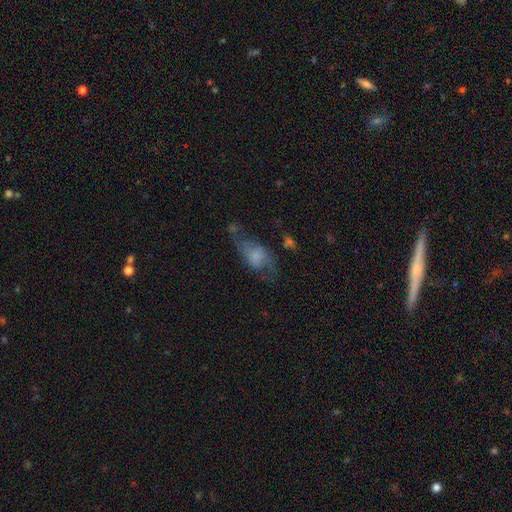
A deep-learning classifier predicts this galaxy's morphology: This is possibly a featured or disk galaxy (52%). It is clearly not viewed edge-on (90%). Merging: marginally none (43%).